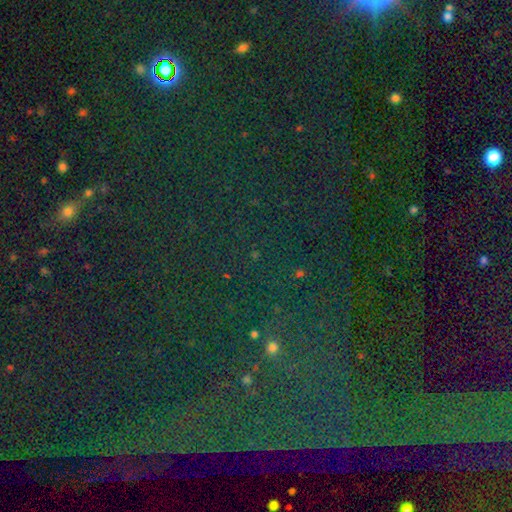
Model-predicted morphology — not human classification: This is likely a star or artifact rather than a galaxy (77%).